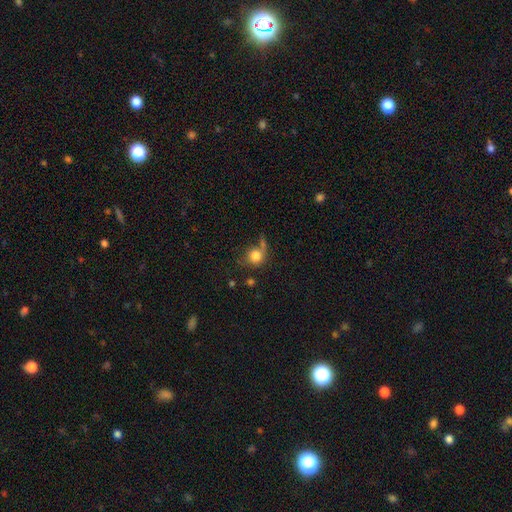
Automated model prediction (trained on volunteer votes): Q: Smooth or featured?
A: smooth (79%); runner-up: featured or disk (11%)
Q: How rounded?
A: round (82%); runner-up: in between (17%)
Q: Merging?
A: none (43%); runner-up: merger (20%)